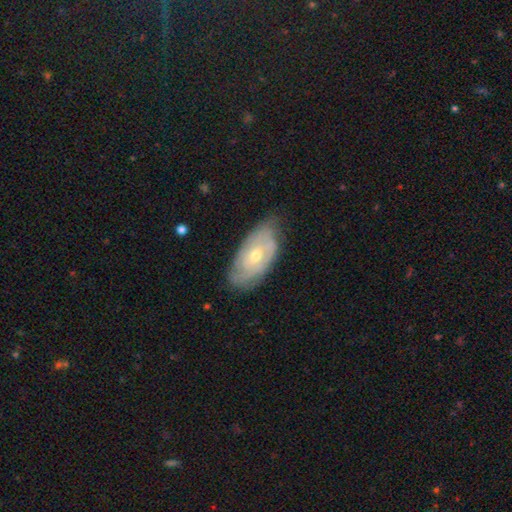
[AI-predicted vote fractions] The model was most divided on "bulge size": moderate: 57%, small: 39%, large: 2%, none: 1%, dominant: 1%. Remaining: edge-on disk — no (91%); spiral arms — yes (82%); smooth or featured — featured or disk (69%); merging — none (69%); spiral winding — tight (65%); bar — no (65%); spiral arm count — can't tell (48%).